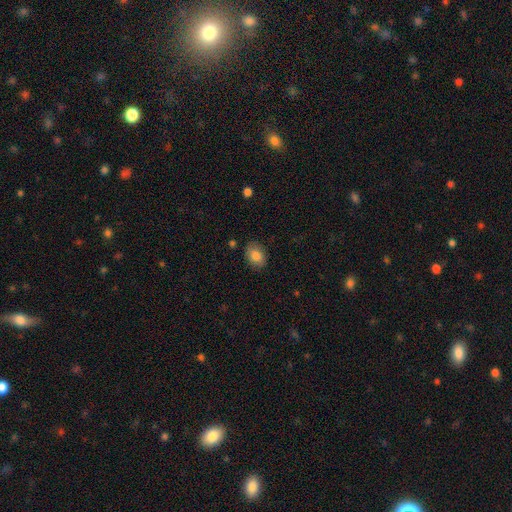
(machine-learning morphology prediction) This is clearly a smooth galaxy (83%). How rounded: likely in between (76%). Merging: clearly none (83%).